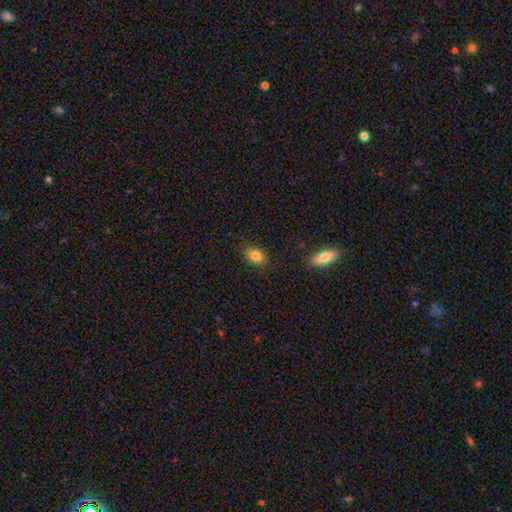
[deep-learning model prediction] This is clearly a smooth galaxy (84%). How rounded: likely in between (71%). Merging: clearly none (85%).